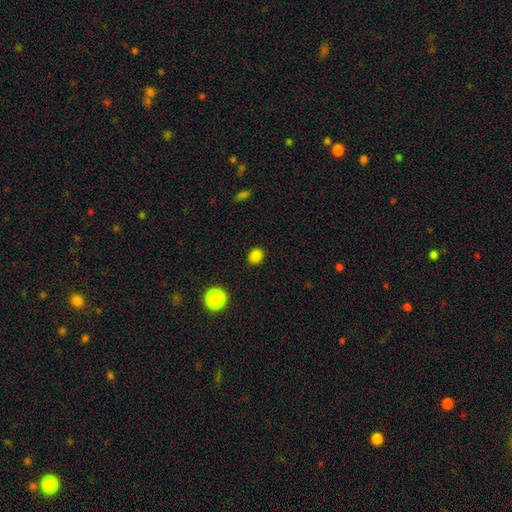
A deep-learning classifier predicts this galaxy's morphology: smooth-or-featured: smooth: 83% | star or artifact: 14% | featured or disk: 3%
  how-rounded: round: 60% | in between: 39% | cigar-shaped: 1%
  merging: none: 88% | minor disturbance: 8% | major disturbance: 2% | merger: 1%